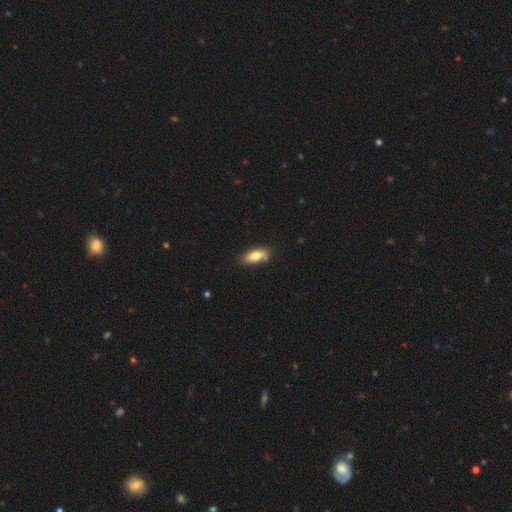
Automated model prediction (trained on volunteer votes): Q: Smooth or featured?
A: smooth (75%); runner-up: featured or disk (18%)
Q: How rounded?
A: in between (79%); runner-up: cigar-shaped (18%)
Q: Merging?
A: none (74%); runner-up: minor disturbance (17%)